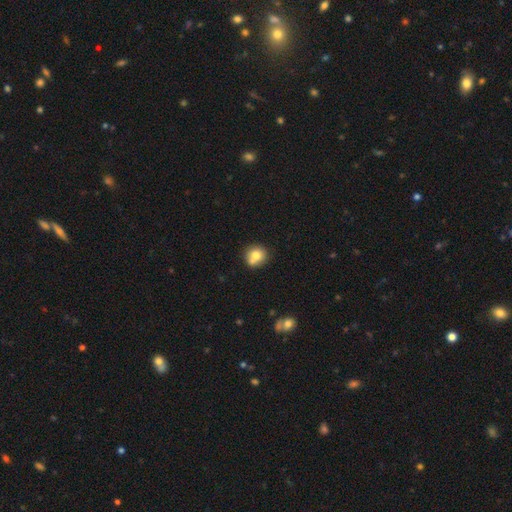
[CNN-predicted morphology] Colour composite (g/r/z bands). It shows a smooth galaxy with no disk features (76%) that is round (85%). Merging: none (58%).